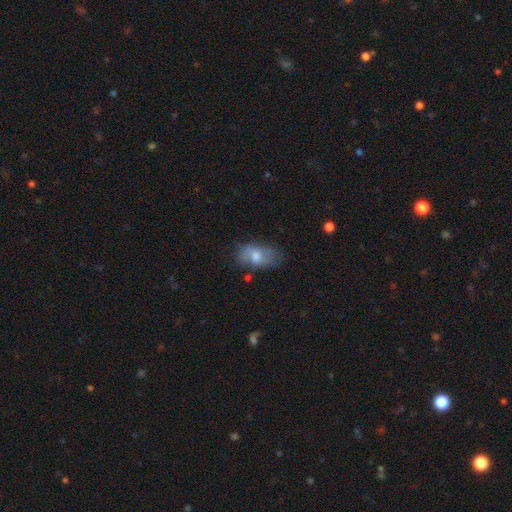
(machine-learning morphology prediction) Smooth or featured?
  - smooth: 58% *
  - featured or disk: 33%
  - star or artifact: 9%
How rounded?
  - in between: 89% *
  - round: 7%
  - cigar-shaped: 4%
Merging?
  - none: 59% *
  - minor disturbance: 27%
  - major disturbance: 10%
  - merger: 3%